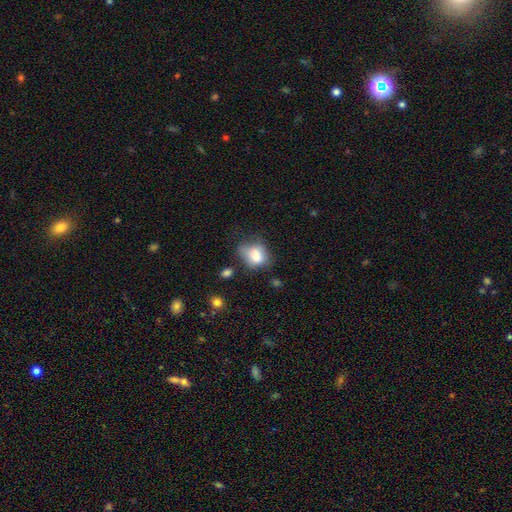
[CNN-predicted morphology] Q: Smooth or featured?
A: smooth (77%); runner-up: featured or disk (13%)
Q: How rounded?
A: in between (62%); runner-up: round (36%)
Q: Merging?
A: none (42%); runner-up: minor disturbance (34%)